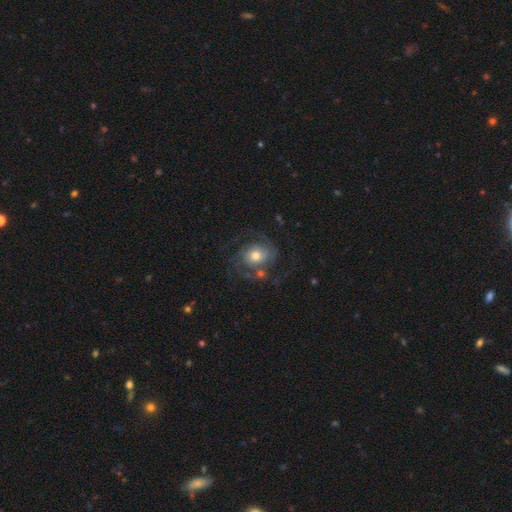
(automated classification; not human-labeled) The model was most divided on "spiral winding": medium: 43%, tight: 37%, loose: 20%. More confident: edge-on disk — no (98%); spiral arms — yes (91%); smooth or featured — featured or disk (77%); bar — no (72%); bulge size — moderate (67%); merging — none (63%); spiral arm count — 2 (57%).